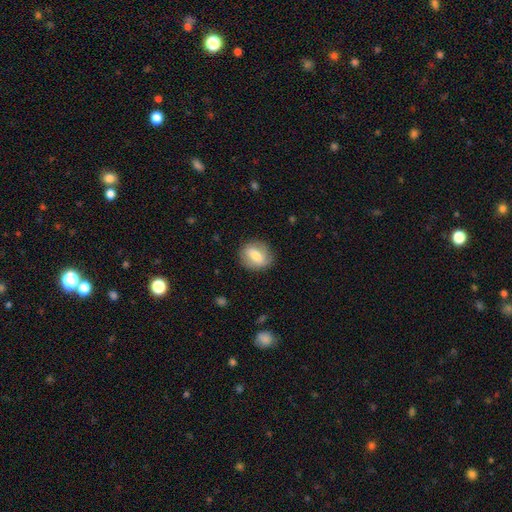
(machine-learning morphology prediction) Smooth or featured?
  - smooth: 63% *
  - featured or disk: 30%
  - star or artifact: 7%
How rounded?
  - round: 62% *
  - in between: 36%
  - cigar-shaped: 2%
Merging?
  - none: 83% *
  - minor disturbance: 13%
  - major disturbance: 4%
  - merger: 1%